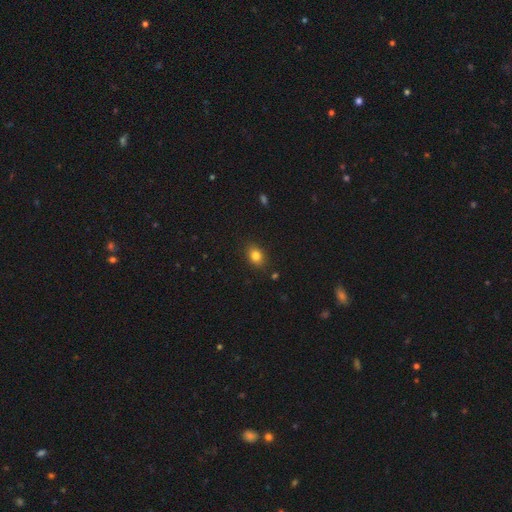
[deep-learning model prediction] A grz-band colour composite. It shows a smooth galaxy with no disk features (82%) that is in between round and cigar-shaped (66%). Merging: none (86%).